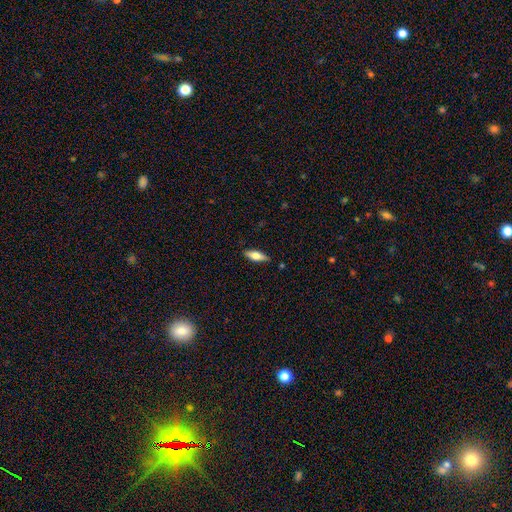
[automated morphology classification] smooth 60%, featured or disk 33%, star or artifact 6%. Down the decision tree: how rounded — in between (57%); merging — none (85%).